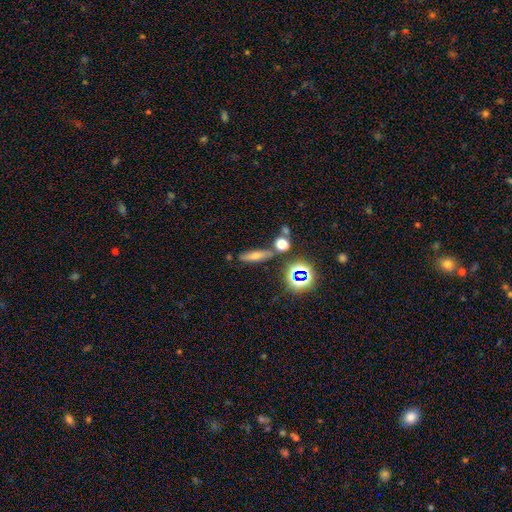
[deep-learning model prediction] This is possibly a smooth galaxy (49%). Merging: likely none (74%).